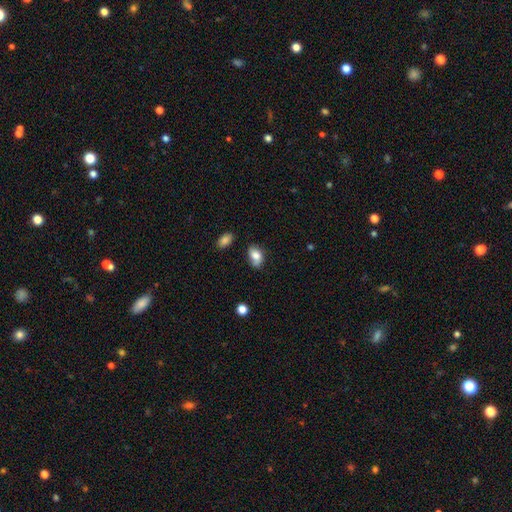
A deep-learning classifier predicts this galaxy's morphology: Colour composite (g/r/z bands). It shows a smooth galaxy with no disk features (79%) that is in between round and cigar-shaped (86%). Merging: none (54%).